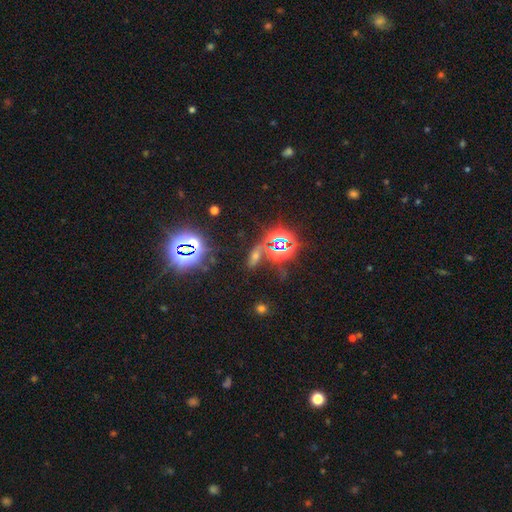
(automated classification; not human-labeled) Smooth or featured: star or artifact — 59% (smooth — 25%)